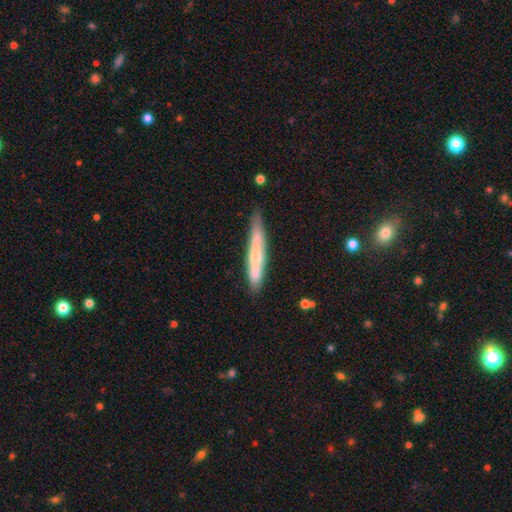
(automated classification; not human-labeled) Morphology: type=smooth (54%); roundness=cigar-shaped (93%); merging=none (69%).